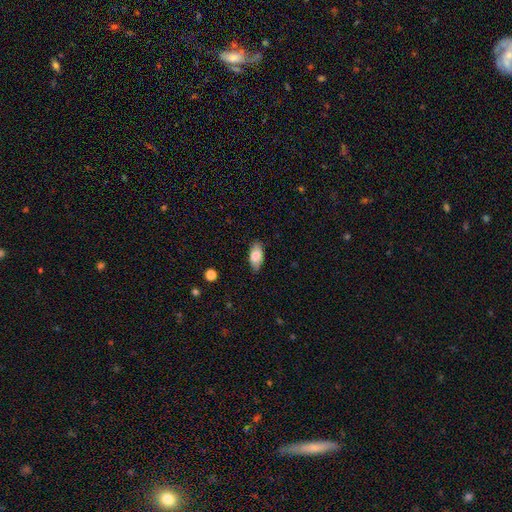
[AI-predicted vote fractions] Smooth or featured: smooth — 80% (featured or disk — 13%)
How rounded: in between — 91% (cigar-shaped — 6%)
Merging: none — 82% (minor disturbance — 14%)